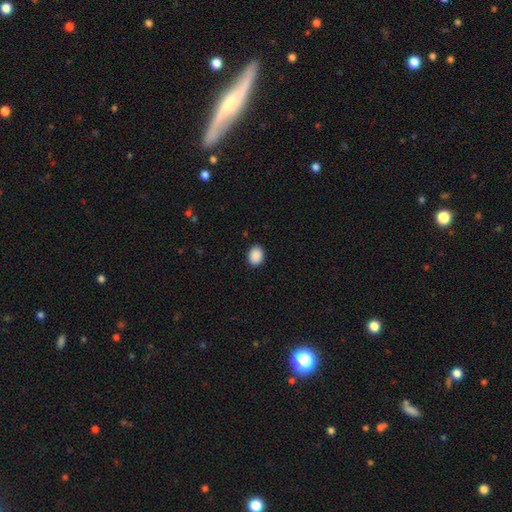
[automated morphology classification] Smooth or featured? smooth (90%)
How rounded? in between (65%)
Merging? none (90%)